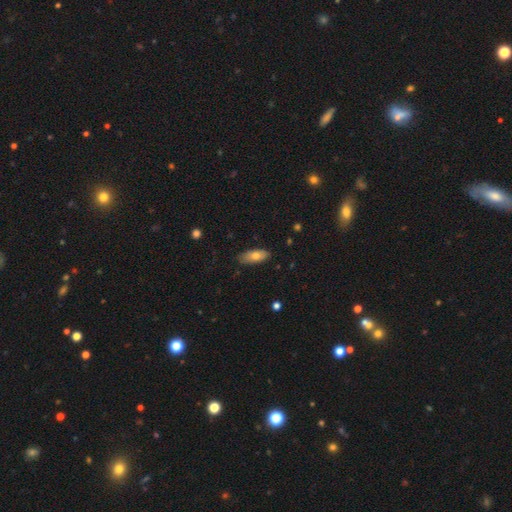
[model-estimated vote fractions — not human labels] Smooth or featured? Predicted: smooth (p=0.72). How rounded? Predicted: in between (p=0.82). Merging? Predicted: none (p=0.81).